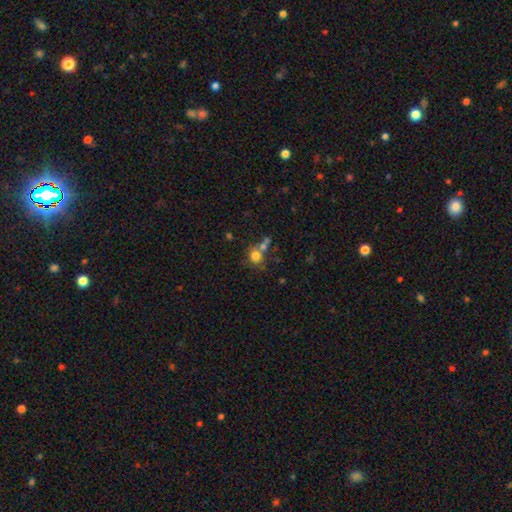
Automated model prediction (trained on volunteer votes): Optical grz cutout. It shows a smooth galaxy with no disk features (76%) that is round (82%). Merging: none (51%).